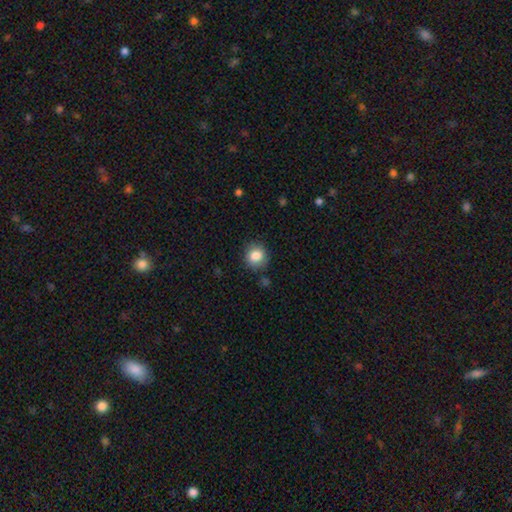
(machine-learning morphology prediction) Q: Smooth or featured?
A: smooth (85%); runner-up: star or artifact (9%)
Q: How rounded?
A: round (85%); runner-up: in between (14%)
Q: Merging?
A: none (84%); runner-up: minor disturbance (11%)